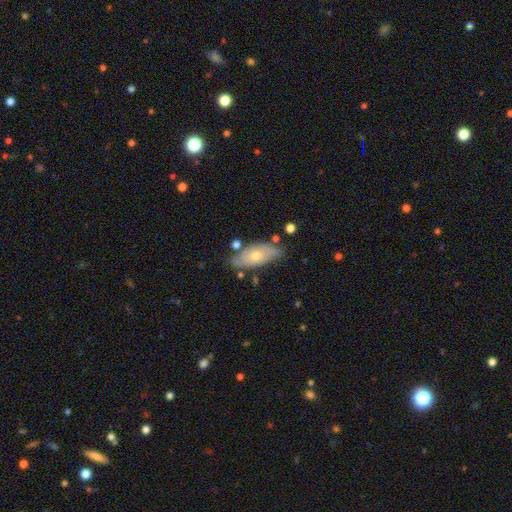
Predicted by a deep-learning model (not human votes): Smooth or featured? smooth (52%)
How rounded? in between (84%)
Merging? none (67%)